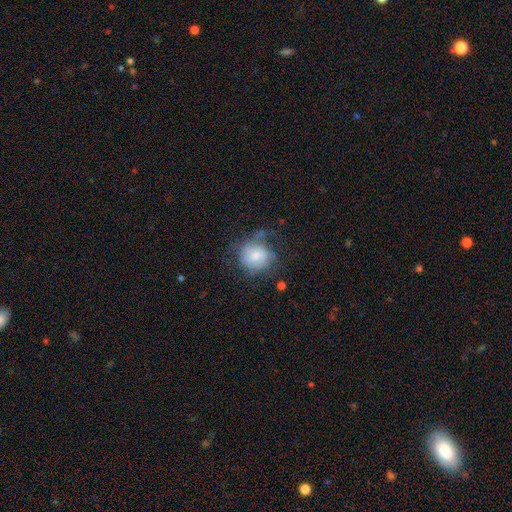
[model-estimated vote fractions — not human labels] This is possibly a smooth galaxy (59%). How rounded: likely round (78%). Merging: possibly none (47%).